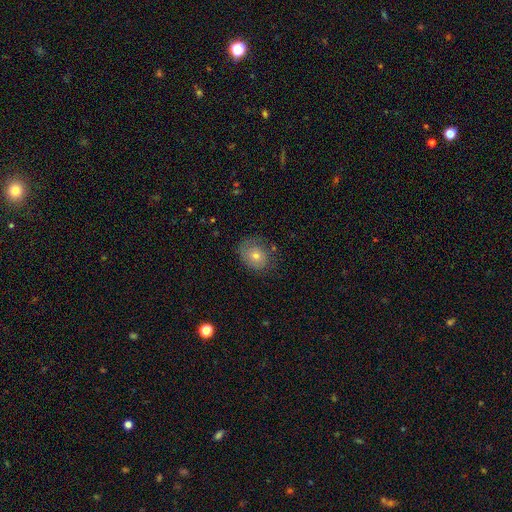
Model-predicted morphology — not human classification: Smooth or featured? smooth (62%)
How rounded? round (54%)
Merging? none (67%)